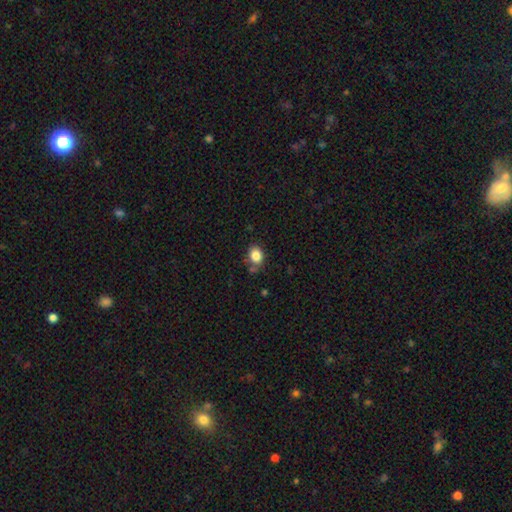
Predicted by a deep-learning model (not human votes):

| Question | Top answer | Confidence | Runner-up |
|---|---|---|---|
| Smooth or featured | smooth | 84% | star or artifact (10%) |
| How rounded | in between | 59% | round (40%) |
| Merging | none | 68% | minor disturbance (20%) |